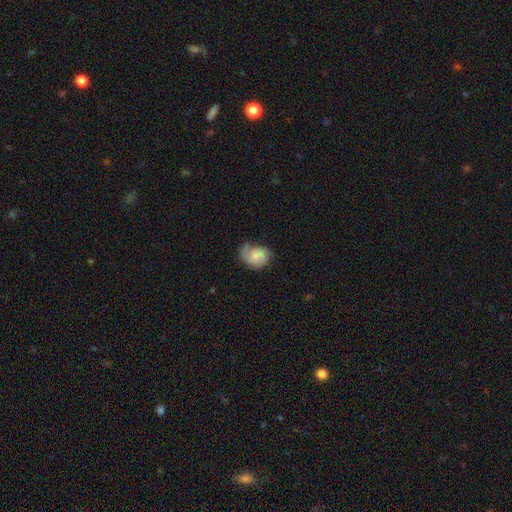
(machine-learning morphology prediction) This appears to be a featured or disk galaxy (58%) with no bar (70%), 2 (50%) medium (41%) spiral arms (90%) and a small central bulge (51%). Merging: none (54%).